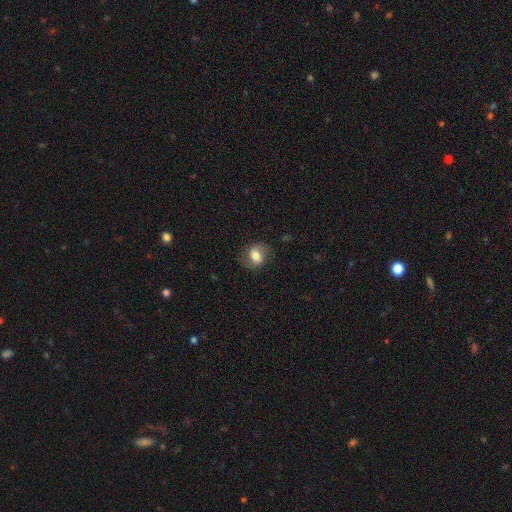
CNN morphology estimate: Q: Smooth or featured?
A: smooth (57%); runner-up: featured or disk (35%)
Q: How rounded?
A: in between (61%); runner-up: round (38%)
Q: Merging?
A: none (73%); runner-up: minor disturbance (17%)